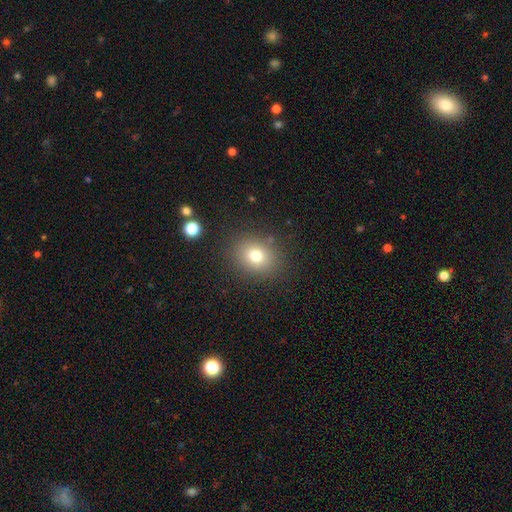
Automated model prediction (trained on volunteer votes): smooth_or_featured: smooth (p=0.74) [alt: star or artifact p=0.15]
how_rounded: round (p=0.57) [alt: in between p=0.42]
merging: none (p=0.85) [alt: minor disturbance p=0.09]